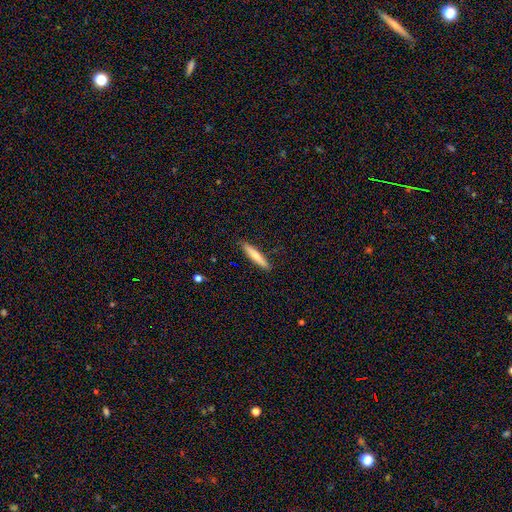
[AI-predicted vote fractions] This is likely a smooth galaxy (68%). How rounded: clearly cigar-shaped (90%). Merging: clearly none (90%).